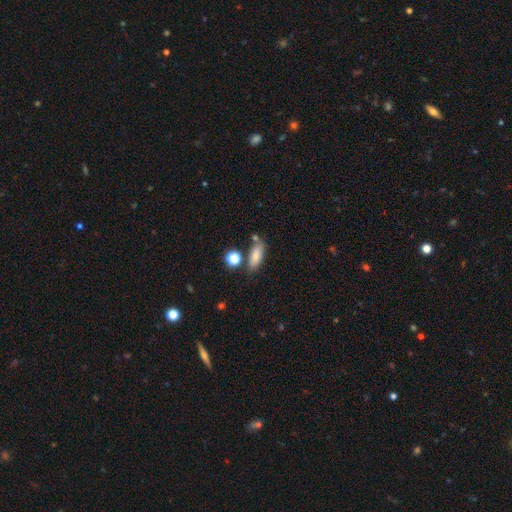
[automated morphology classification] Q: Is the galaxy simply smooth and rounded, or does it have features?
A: smooth — 81%.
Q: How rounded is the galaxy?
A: in between — 71%.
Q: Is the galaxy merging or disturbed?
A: none — 68%.